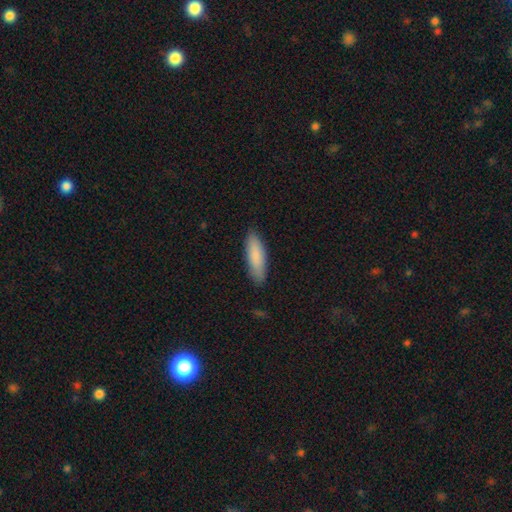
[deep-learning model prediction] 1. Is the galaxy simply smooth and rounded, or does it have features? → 86% smooth, 9% featured or disk, 5% star or artifact.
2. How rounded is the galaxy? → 51% cigar-shaped, 47% in between, 1% round.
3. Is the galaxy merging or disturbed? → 86% none, 11% minor disturbance, 2% major disturbance, 1% merger.